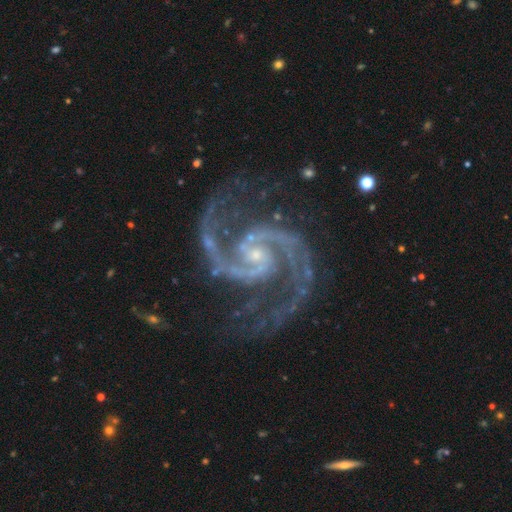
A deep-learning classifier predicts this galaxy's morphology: A featured or disk galaxy (95%) with no bar (52%), 2 (92%) medium (66%) spiral arms (99%) and a small central bulge (76%). Merging: none (74%).